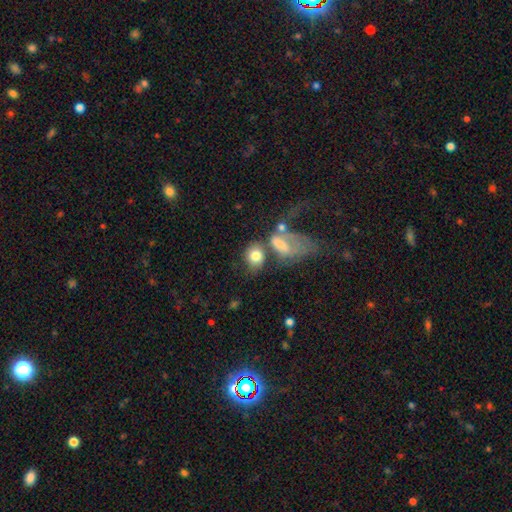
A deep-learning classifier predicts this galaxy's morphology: Smooth or featured? smooth (75%)
How rounded? in between (49%, tied with round)
Merging? none (36%)